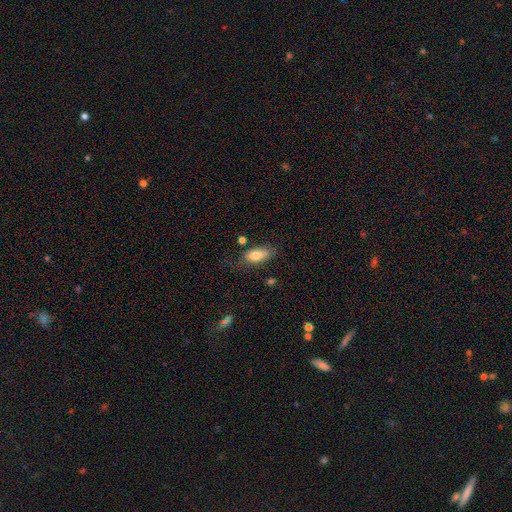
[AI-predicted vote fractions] smooth 77%, featured or disk 16%, star or artifact 7%. Down the decision tree: how rounded — in between (84%); merging — none (61%).